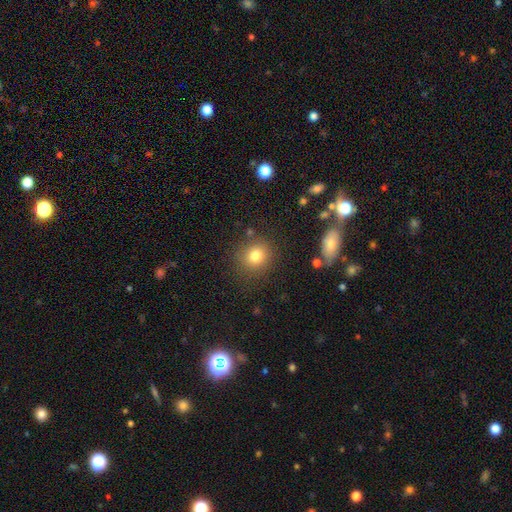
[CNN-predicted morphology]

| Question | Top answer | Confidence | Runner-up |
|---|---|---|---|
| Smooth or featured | smooth | 80% | star or artifact (12%) |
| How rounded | round | 83% | in between (16%) |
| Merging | none | 83% | minor disturbance (10%) |